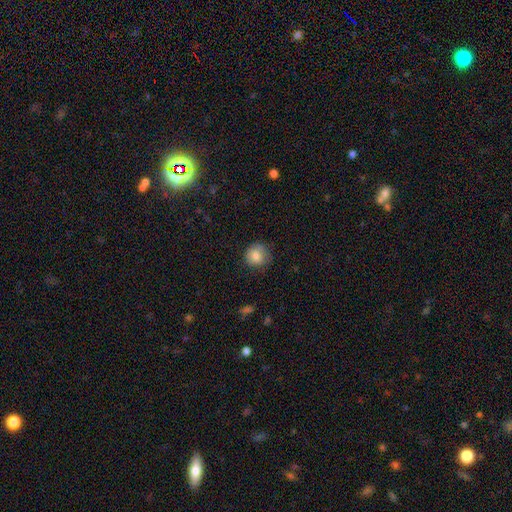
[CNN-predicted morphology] Overall: smooth (83%). How rounded: round (87%). Merging: none (74%).